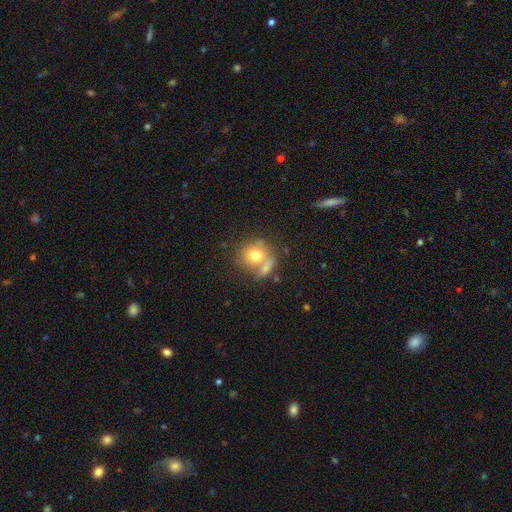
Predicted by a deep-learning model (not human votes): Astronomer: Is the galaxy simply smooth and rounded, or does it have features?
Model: smooth — 71%.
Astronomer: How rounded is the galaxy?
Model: round — 81%.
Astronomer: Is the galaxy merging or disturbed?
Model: none — 41% (runner-up: merger, 40%).